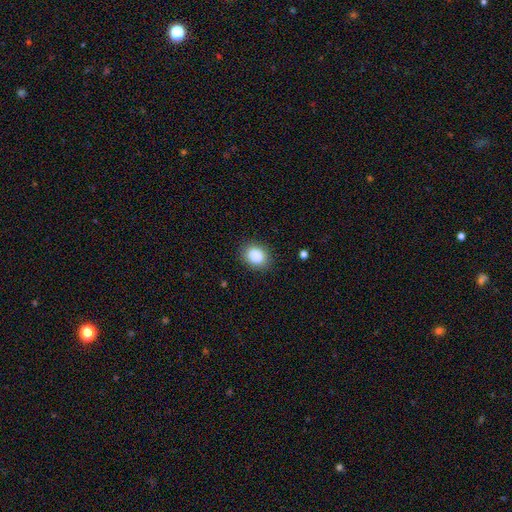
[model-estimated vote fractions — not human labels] Q: Smooth or featured?
A: smooth (87%); runner-up: star or artifact (9%)
Q: How rounded?
A: in between (52%); runner-up: round (47%)
Q: Merging?
A: none (85%); runner-up: minor disturbance (11%)